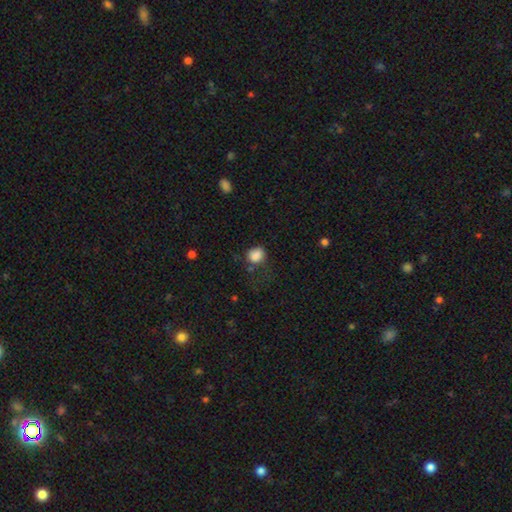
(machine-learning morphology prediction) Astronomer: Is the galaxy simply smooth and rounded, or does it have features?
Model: smooth — 83%.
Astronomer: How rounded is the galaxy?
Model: round — 62% (runner-up: in between, 37%).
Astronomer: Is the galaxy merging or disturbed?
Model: none — 48% (runner-up: minor disturbance, 28%).